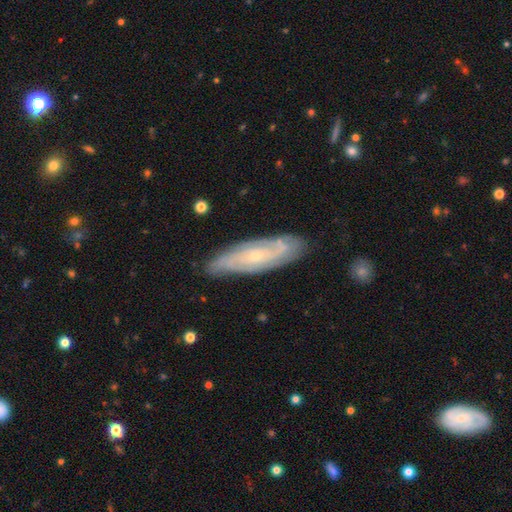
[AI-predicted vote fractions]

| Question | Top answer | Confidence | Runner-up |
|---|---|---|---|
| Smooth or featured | featured or disk | 79% | smooth (15%) |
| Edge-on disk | no | 83% | yes (17%) |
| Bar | no | 68% | weak (25%) |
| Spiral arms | yes | 93% | no (7%) |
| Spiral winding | tight | 62% | medium (30%) |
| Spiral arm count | can't tell | 38% | 2 (31%) |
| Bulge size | small | 79% | moderate (18%) |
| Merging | none | 80% | minor disturbance (16%) |